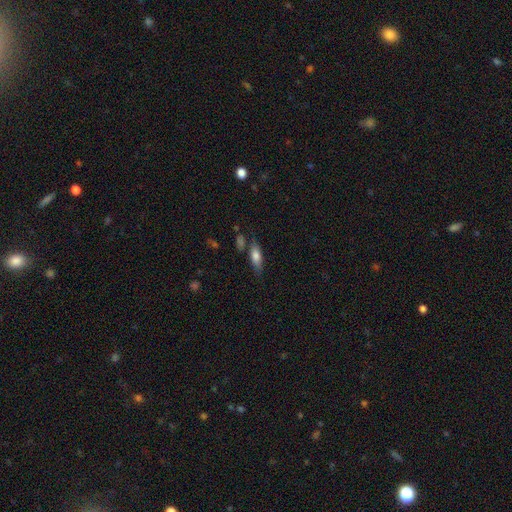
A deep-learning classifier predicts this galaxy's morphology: This is likely a smooth galaxy (72%). How rounded: likely in between (63%). Merging: likely none (68%).